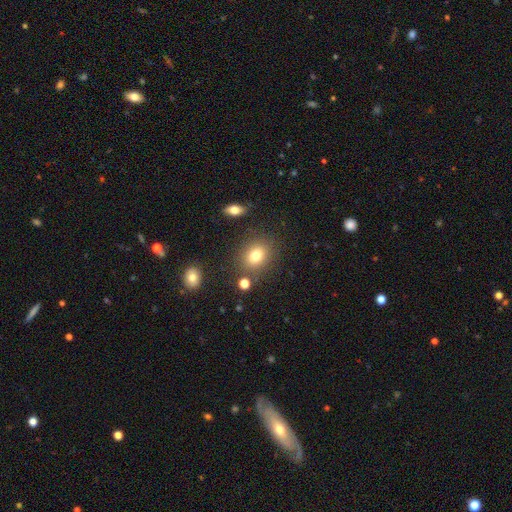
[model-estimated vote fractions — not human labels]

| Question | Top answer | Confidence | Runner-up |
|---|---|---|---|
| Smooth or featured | smooth | 78% | star or artifact (12%) |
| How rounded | round | 51% | in between (48%) |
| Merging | none | 80% | minor disturbance (11%) |